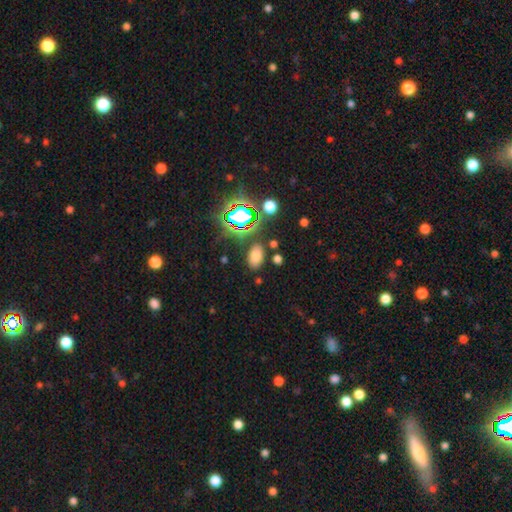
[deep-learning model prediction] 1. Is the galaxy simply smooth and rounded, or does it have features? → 70% smooth, 23% star or artifact, 8% featured or disk.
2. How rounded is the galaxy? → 90% in between, 9% round, 2% cigar-shaped.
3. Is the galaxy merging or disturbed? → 82% none, 10% minor disturbance, 4% merger, 4% major disturbance.